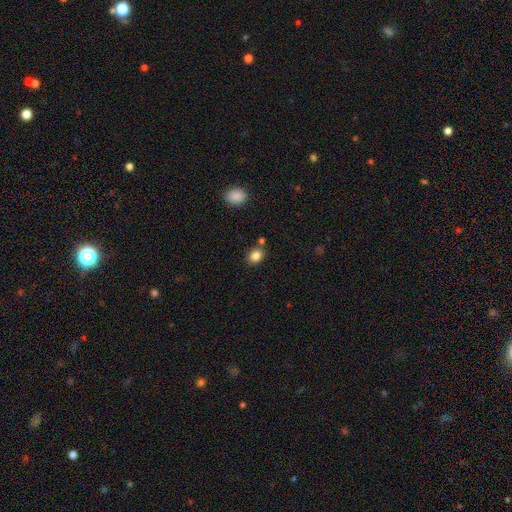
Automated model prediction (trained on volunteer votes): Q: Smooth or featured?
A: smooth (84%); runner-up: star or artifact (10%)
Q: How rounded?
A: in between (50%); runner-up: round (49%)
Q: Merging?
A: none (78%); runner-up: minor disturbance (11%)